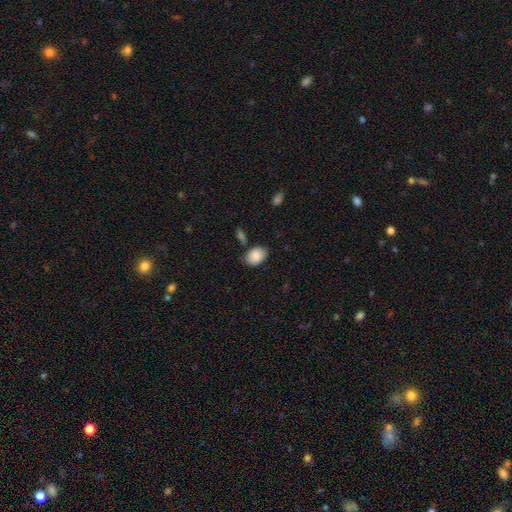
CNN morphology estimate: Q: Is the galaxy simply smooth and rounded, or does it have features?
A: smooth — 87%.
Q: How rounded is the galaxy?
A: in between — 77%.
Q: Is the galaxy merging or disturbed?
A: none — 74%.